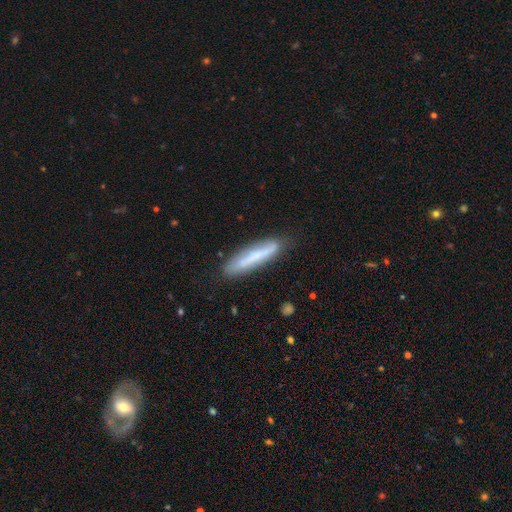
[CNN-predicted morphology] Overall: smooth (55%; featured or disk 38%). How rounded: cigar-shaped (88%). Merging: none (81%).